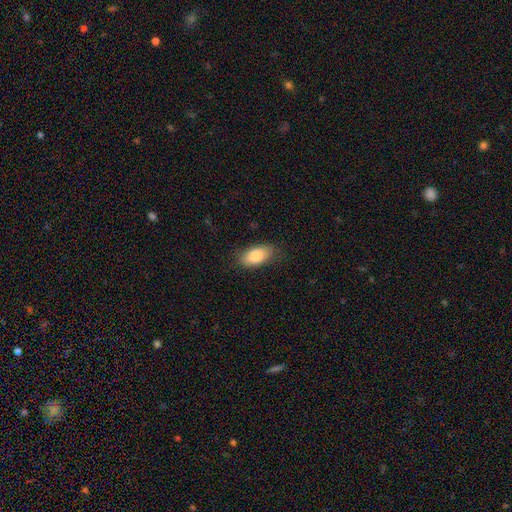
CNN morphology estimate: Smooth or featured?
  - smooth: 85% *
  - featured or disk: 9%
  - star or artifact: 6%
How rounded?
  - in between: 91% *
  - cigar-shaped: 6%
  - round: 3%
Merging?
  - none: 80% *
  - minor disturbance: 15%
  - major disturbance: 4%
  - merger: 1%